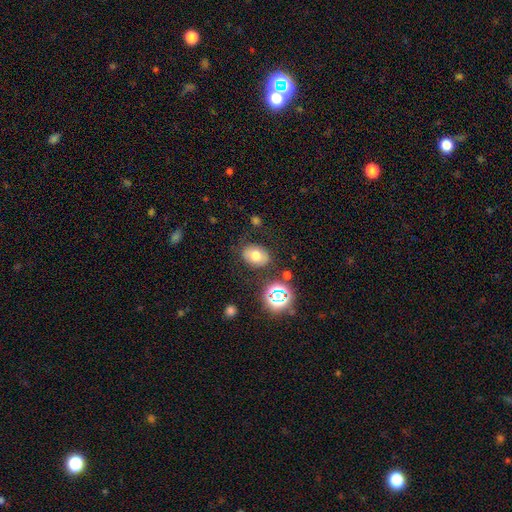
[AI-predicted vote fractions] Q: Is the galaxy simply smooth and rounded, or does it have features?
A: smooth — 67%.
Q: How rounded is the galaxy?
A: in between — 67%.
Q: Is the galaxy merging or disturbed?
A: none — 80%.